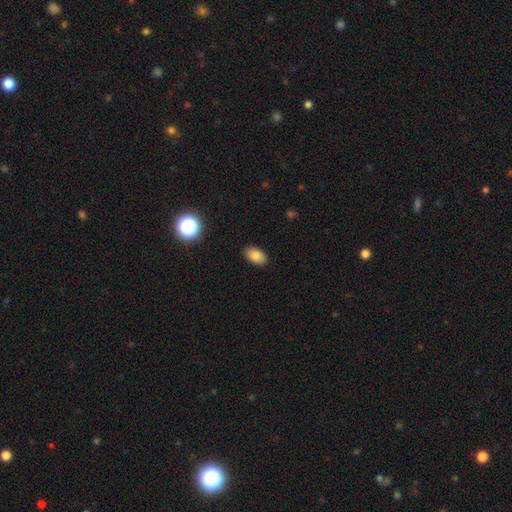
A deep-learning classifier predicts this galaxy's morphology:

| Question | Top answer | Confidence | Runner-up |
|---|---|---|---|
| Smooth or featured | smooth | 83% | star or artifact (10%) |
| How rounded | in between | 91% | round (7%) |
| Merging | none | 87% | minor disturbance (10%) |